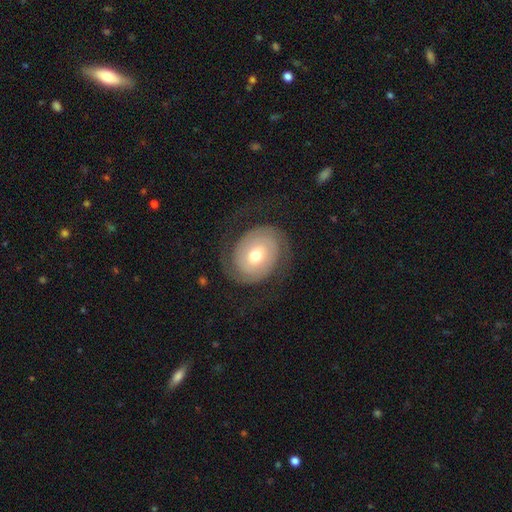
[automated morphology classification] Overall: featured or disk (78%). Edge-on disk: no (97%). Bar: no (68%). Spiral arms: yes (92%). Spiral arm count: 2 (85%). Spiral winding: tight (59%; medium 28%). Bulge size: moderate (67%). Merging: none (75%).